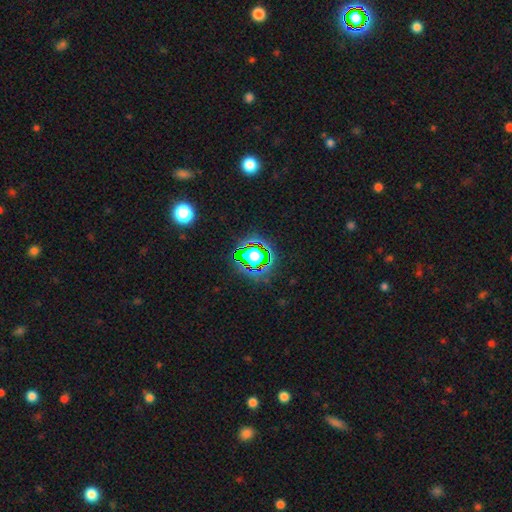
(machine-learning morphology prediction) The model was most divided on "smooth or featured": star or artifact: 73%, smooth: 17%, featured or disk: 10%.